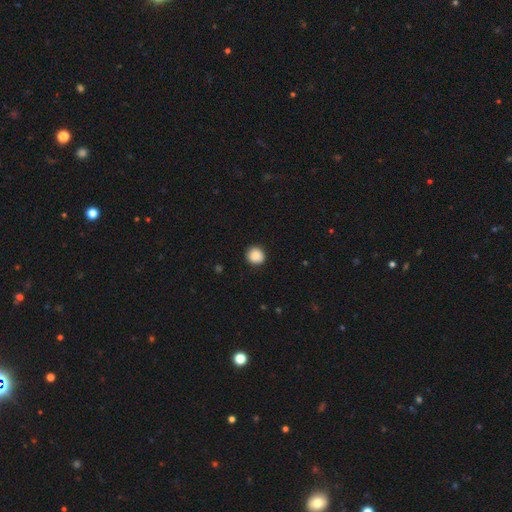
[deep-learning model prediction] A smooth galaxy with no disk features (88%) that is round (92%). Merging: none (90%).